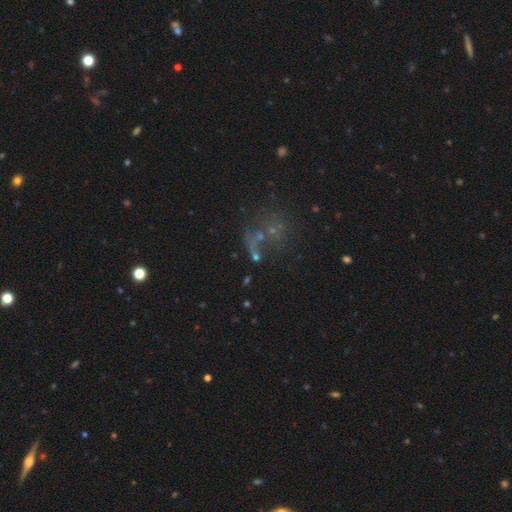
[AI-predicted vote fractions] smooth_or_featured: featured or disk (p=0.36) [alt: star or artifact p=0.35]
merging: none (p=0.37) [alt: merger p=0.27]